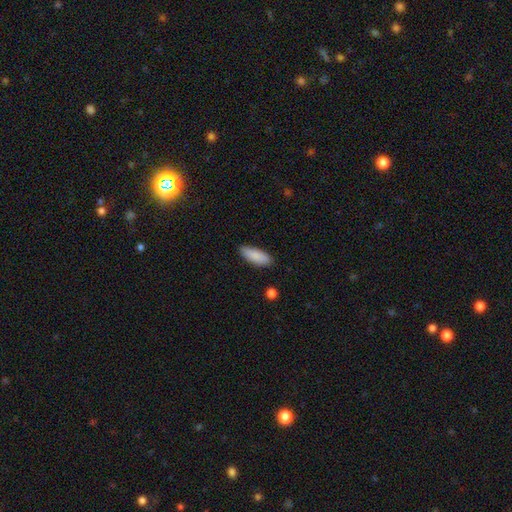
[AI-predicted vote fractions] Q: Smooth or featured?
A: smooth (87%); runner-up: featured or disk (7%)
Q: How rounded?
A: in between (72%); runner-up: cigar-shaped (26%)
Q: Merging?
A: none (86%); runner-up: minor disturbance (11%)